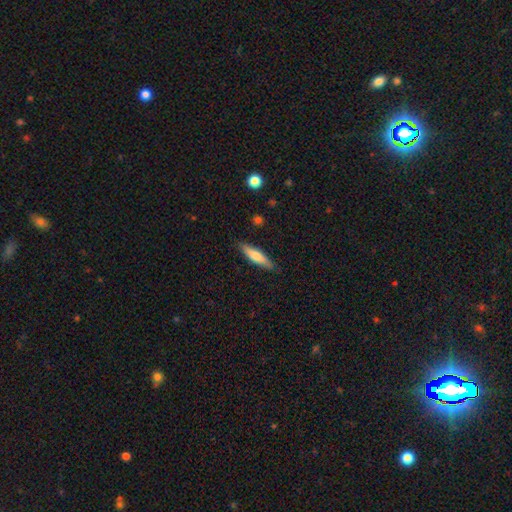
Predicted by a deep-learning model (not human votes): The model was most divided on "smooth or featured": smooth: 69%, featured or disk: 26%, star or artifact: 6%. More confident: merging — none (86%); how rounded — cigar-shaped (75%).